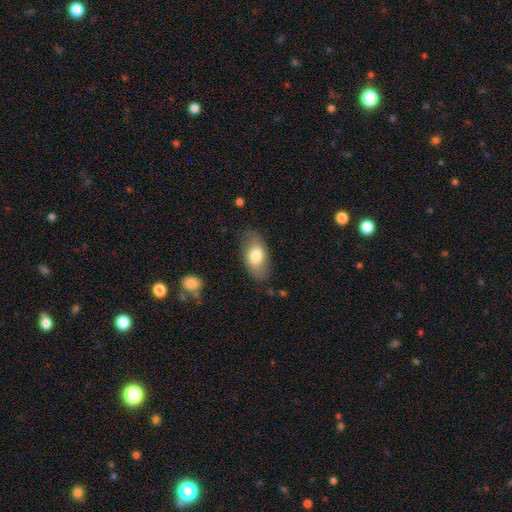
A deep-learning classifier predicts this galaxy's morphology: smooth_or_featured: smooth (p=0.73) [alt: featured or disk p=0.20]
how_rounded: in between (p=0.92) [alt: round p=0.05]
merging: none (p=0.78) [alt: minor disturbance p=0.16]